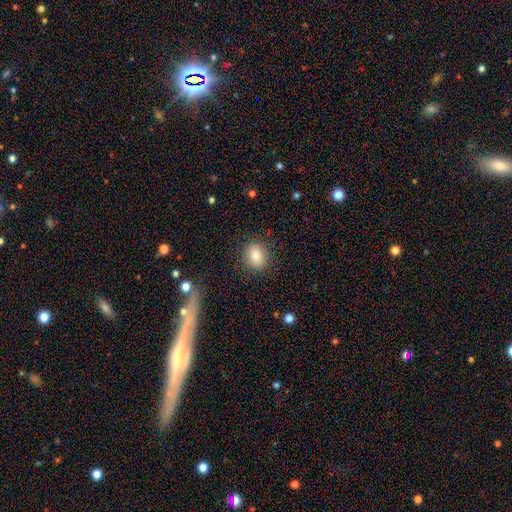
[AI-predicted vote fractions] Morphology: type=smooth (82%); roundness=round (50%); merging=none (86%).